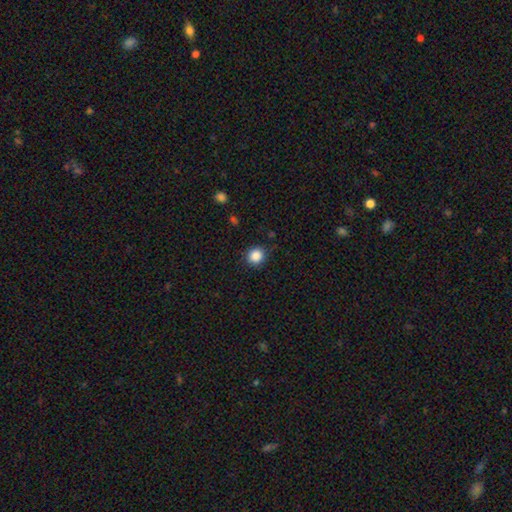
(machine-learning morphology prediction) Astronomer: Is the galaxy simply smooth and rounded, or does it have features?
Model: smooth — 86%.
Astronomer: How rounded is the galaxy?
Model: round — 90%.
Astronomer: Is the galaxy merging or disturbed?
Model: none — 86%.